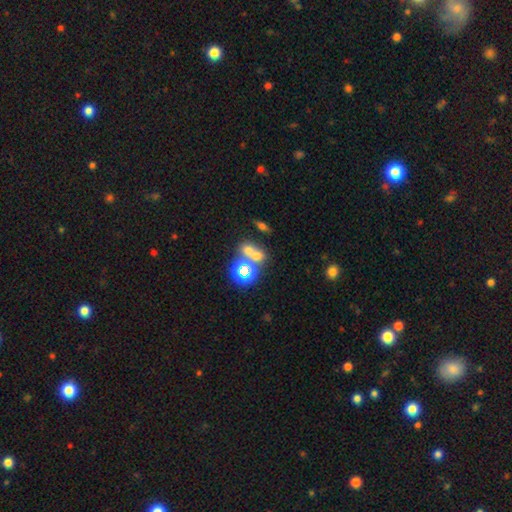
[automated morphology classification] smooth 53%, star or artifact 31%, featured or disk 16%. Down the decision tree: how rounded — round (61%); merging — merger (49%).